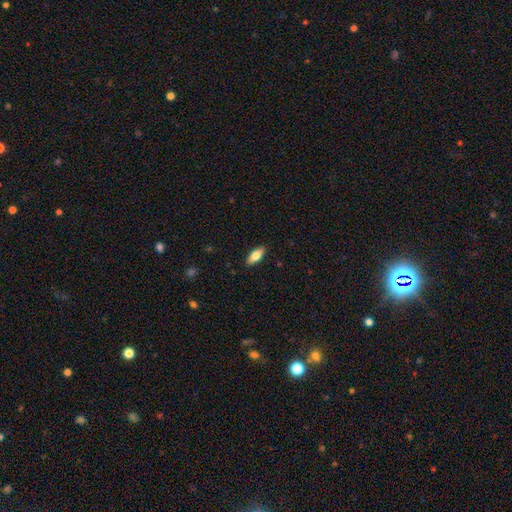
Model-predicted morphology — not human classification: Overall: smooth (76%). How rounded: in between (80%). Merging: none (89%).